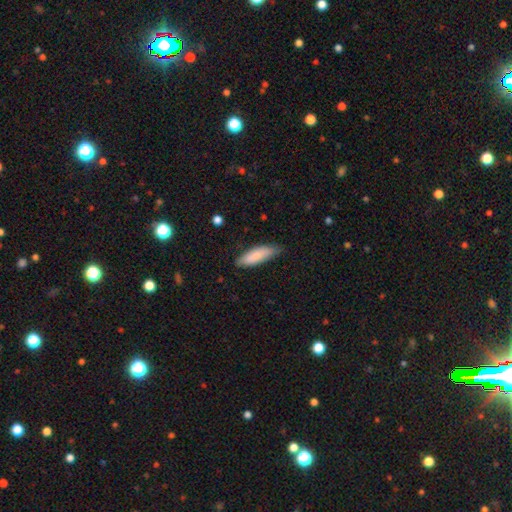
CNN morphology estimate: Q: Smooth or featured?
A: smooth (84%); runner-up: featured or disk (10%)
Q: How rounded?
A: in between (53%); runner-up: cigar-shaped (46%)
Q: Merging?
A: none (76%); runner-up: minor disturbance (20%)